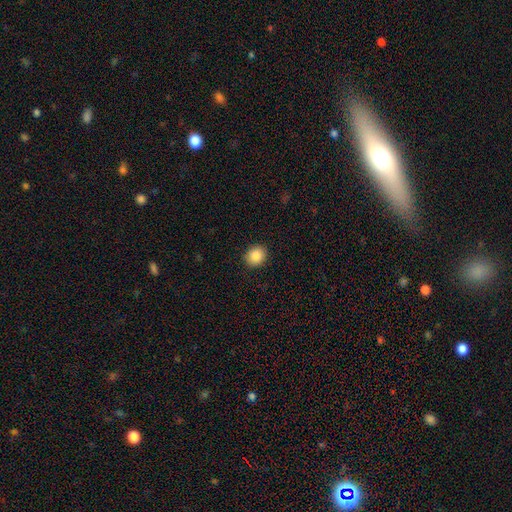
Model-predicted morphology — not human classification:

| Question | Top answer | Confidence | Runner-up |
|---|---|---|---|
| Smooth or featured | smooth | 87% | star or artifact (9%) |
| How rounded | round | 72% | in between (28%) |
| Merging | none | 91% | minor disturbance (6%) |